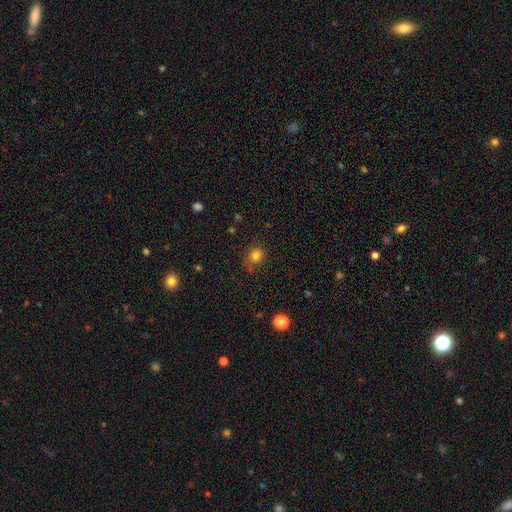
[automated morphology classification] Smooth or featured?
  - smooth: 80% *
  - star or artifact: 13%
  - featured or disk: 6%
How rounded?
  - round: 74% *
  - in between: 25%
  - cigar-shaped: 1%
Merging?
  - none: 74% *
  - minor disturbance: 17%
  - major disturbance: 6%
  - merger: 3%